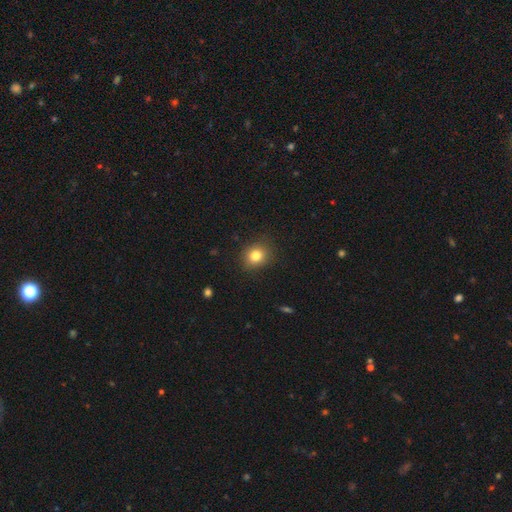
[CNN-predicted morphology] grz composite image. It shows a smooth galaxy with no disk features (81%) that is round (75%). Merging: none (87%).